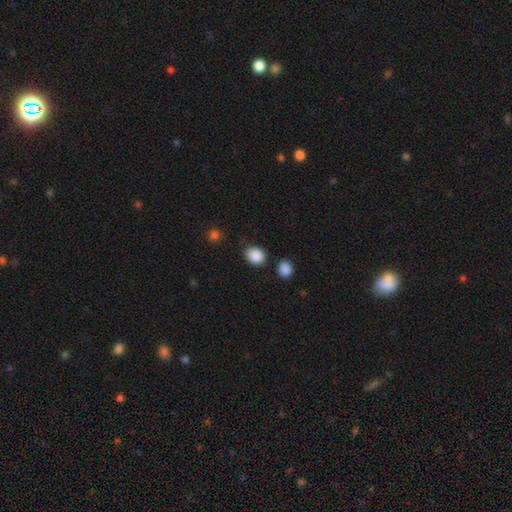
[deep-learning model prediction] Smooth or featured? Predicted: smooth (p=0.88). How rounded? Predicted: round (p=0.56). Merging? Predicted: none (p=0.77).